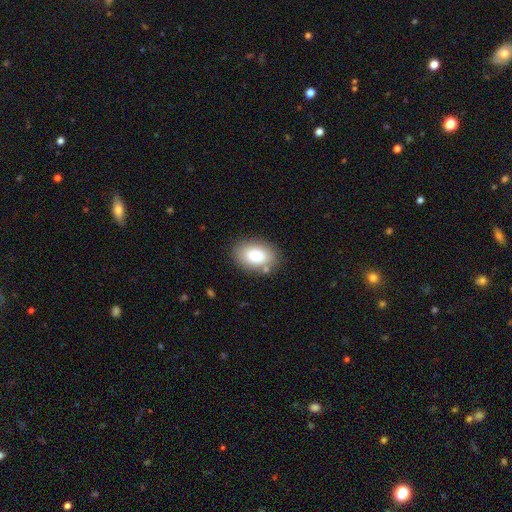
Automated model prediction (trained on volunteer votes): Morphology: type=smooth (79%); roundness=in between (83%); merging=none (79%).